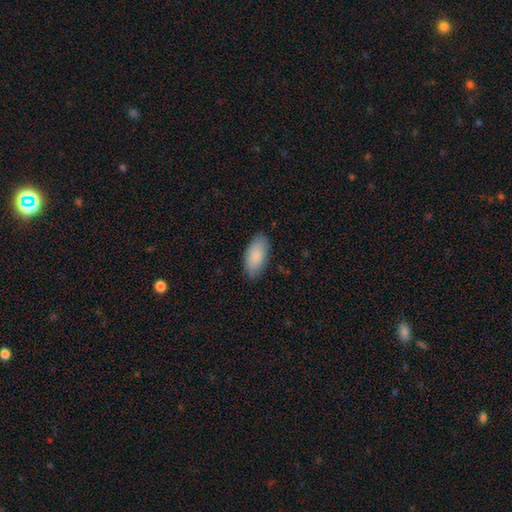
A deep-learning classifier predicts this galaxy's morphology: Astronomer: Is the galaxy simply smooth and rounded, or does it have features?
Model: smooth — 87%.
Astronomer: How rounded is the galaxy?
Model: in between — 93%.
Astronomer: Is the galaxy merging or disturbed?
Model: none — 86%.